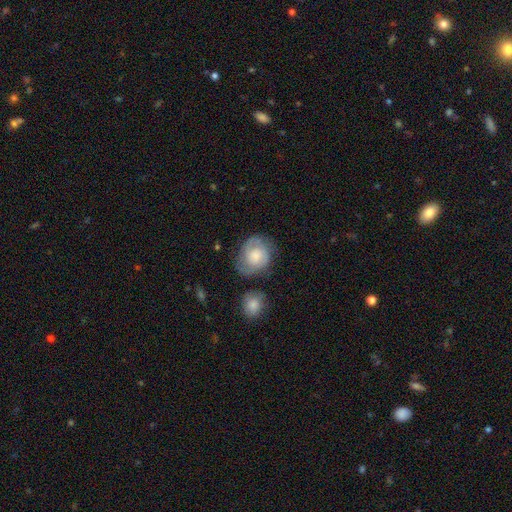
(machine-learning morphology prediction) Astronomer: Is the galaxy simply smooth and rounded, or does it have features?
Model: featured or disk — 50% (runner-up: smooth, 42%).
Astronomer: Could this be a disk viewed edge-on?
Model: no — 98%.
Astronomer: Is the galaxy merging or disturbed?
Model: none — 61%.